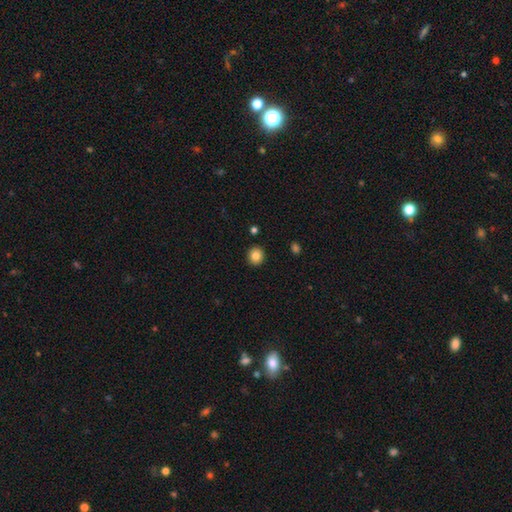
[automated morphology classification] This is clearly a smooth galaxy (84%). How rounded: clearly round (86%). Merging: clearly none (92%).